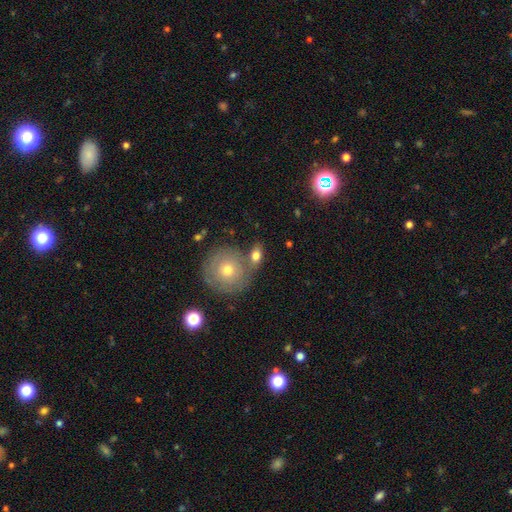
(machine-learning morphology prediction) Smooth or featured: smooth — 70% (featured or disk — 22%)
How rounded: in between — 57% (round — 39%)
Merging: none — 57% (merger — 26%)